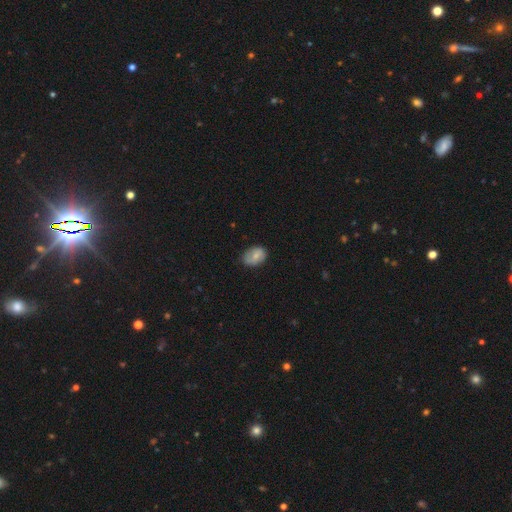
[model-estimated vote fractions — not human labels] Overall: smooth (62%; featured or disk 30%). How rounded: in between (72%). Merging: none (66%; minor disturbance 27%).